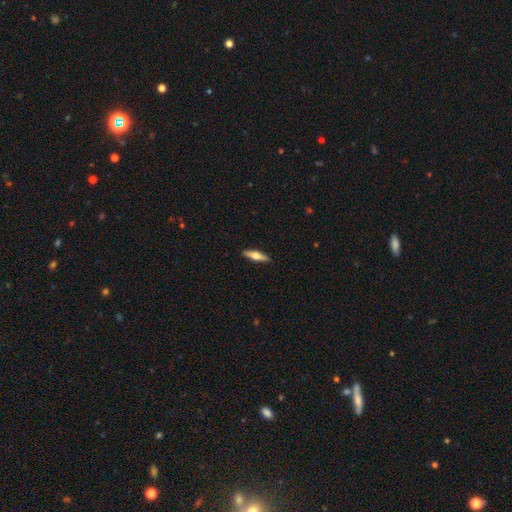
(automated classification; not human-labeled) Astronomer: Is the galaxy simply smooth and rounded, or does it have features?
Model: featured or disk — 50% (runner-up: smooth, 44%).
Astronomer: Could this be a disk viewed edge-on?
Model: yes — 94%.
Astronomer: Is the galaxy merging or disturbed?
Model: none — 91%.